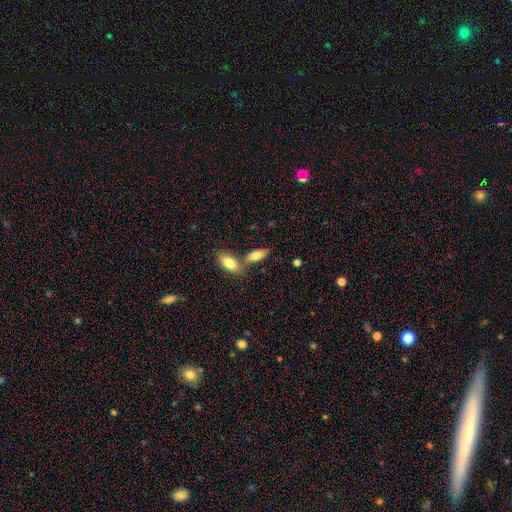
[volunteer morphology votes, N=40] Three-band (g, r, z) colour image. It shows a smooth galaxy with no disk features (70%) that is in between round and cigar-shaped (75%). Merging: merger (50%).